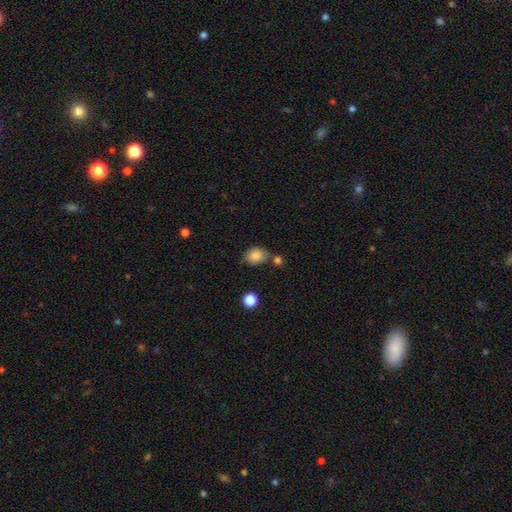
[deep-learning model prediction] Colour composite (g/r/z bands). It shows a smooth galaxy with no disk features (82%) that is in between round and cigar-shaped (61%). Merging: none (63%).